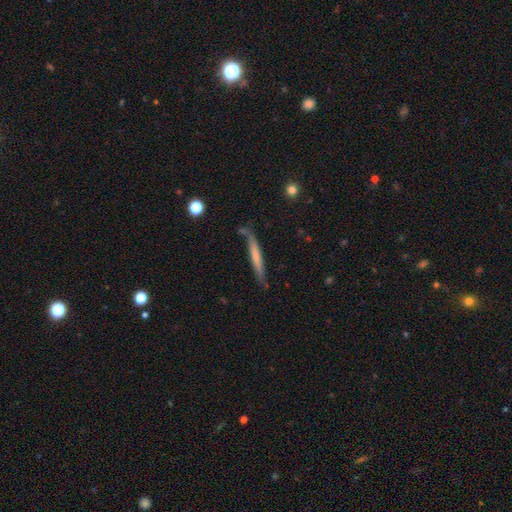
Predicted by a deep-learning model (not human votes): This appears to be a smooth galaxy with no disk features (55%) that is cigar-shaped (95%). Merging: none (71%).